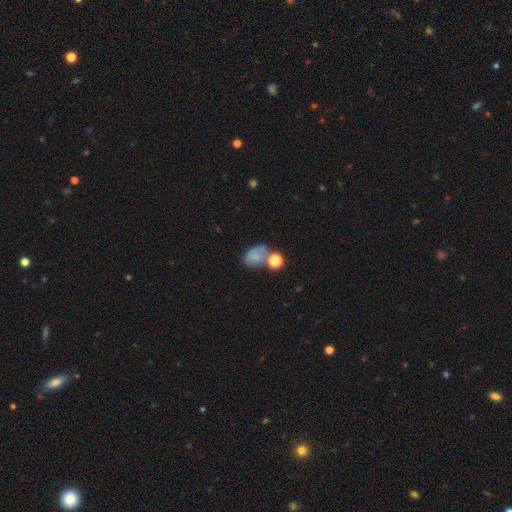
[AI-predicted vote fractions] Smooth or featured? smooth (70%)
How rounded? in between (69%)
Merging? none (40%)